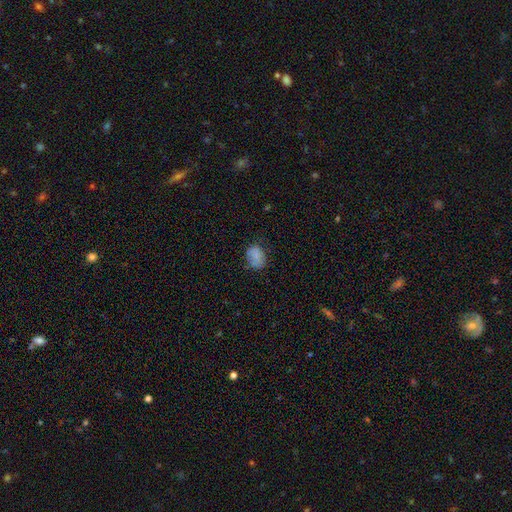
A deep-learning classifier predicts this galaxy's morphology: Q: Smooth or featured?
A: smooth (81%); runner-up: star or artifact (9%)
Q: How rounded?
A: in between (64%); runner-up: round (35%)
Q: Merging?
A: none (64%); runner-up: minor disturbance (26%)